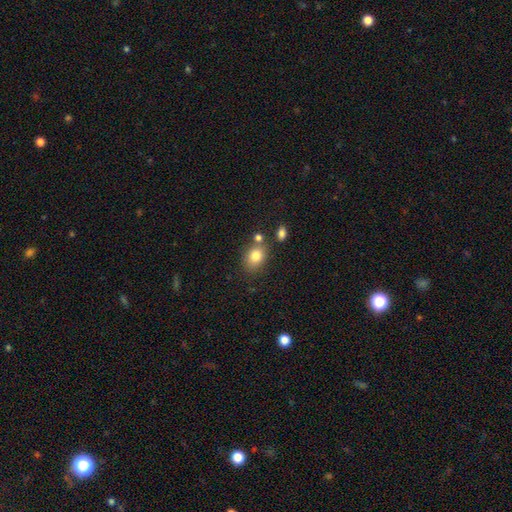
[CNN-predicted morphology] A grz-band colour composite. It shows a smooth galaxy with no disk features (81%) that is in between round and cigar-shaped (65%). Merging: none (68%).